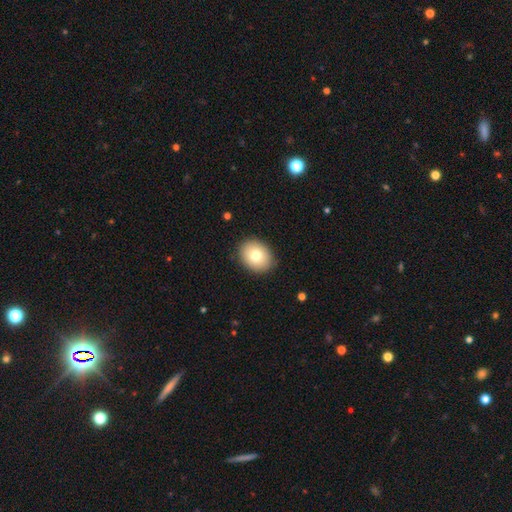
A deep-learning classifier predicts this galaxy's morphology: A smooth galaxy with no disk features (77%) that is in between round and cigar-shaped (53%).

Vote fractions:
- Smooth or featured? smooth: 77% / featured or disk: 14% / star or artifact: 9%
- How rounded? in between: 53% / round: 46% / cigar-shaped: 1%
- Merging? none: 88% / minor disturbance: 9% / major disturbance: 2% / merger: 1%